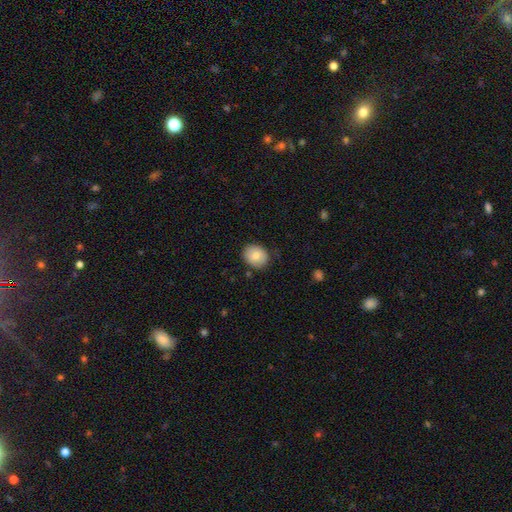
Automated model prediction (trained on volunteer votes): This is clearly a smooth galaxy (81%). How rounded: likely round (60%). Merging: clearly none (82%).